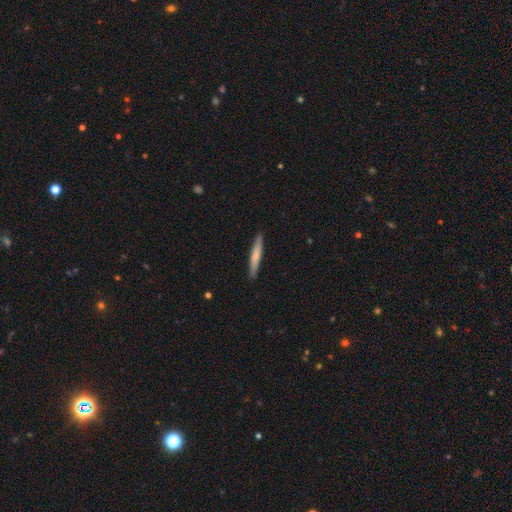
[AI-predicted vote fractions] Smooth or featured? Predicted: smooth (p=0.66). How rounded? Predicted: cigar-shaped (p=0.94). Merging? Predicted: none (p=0.90).